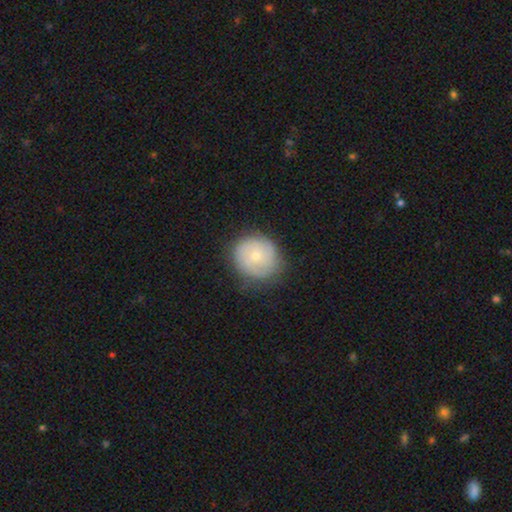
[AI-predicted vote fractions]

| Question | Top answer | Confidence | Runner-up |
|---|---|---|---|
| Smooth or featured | featured or disk | 49% | smooth (43%) |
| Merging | none | 77% | minor disturbance (17%) |